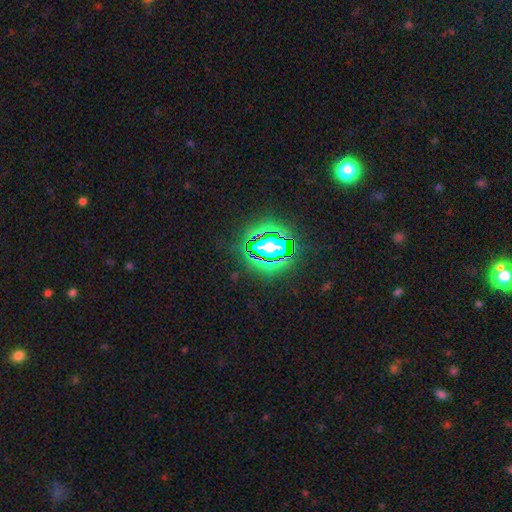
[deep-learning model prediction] Smooth or featured: star or artifact — 70% (smooth — 18%)